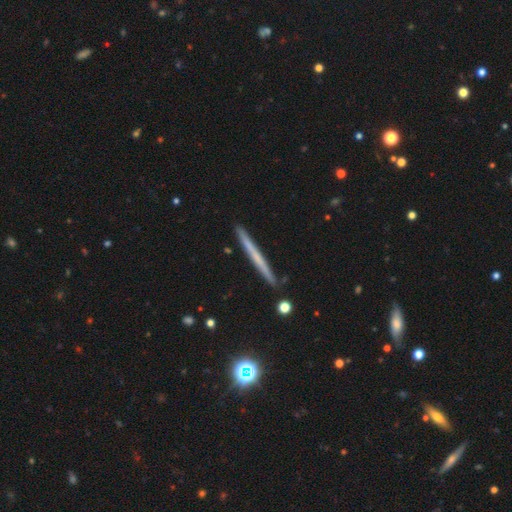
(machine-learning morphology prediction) Overall: featured or disk (50%; smooth 43%). Merging: none (90%).